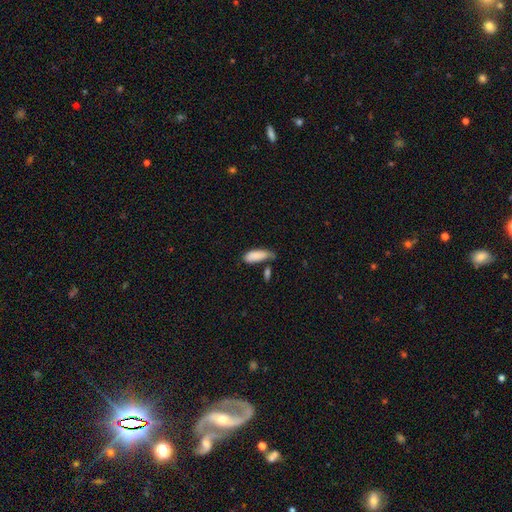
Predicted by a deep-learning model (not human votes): This appears to be a smooth galaxy with no disk features (86%) that is in between round and cigar-shaped (70%). Merging: none (45%).